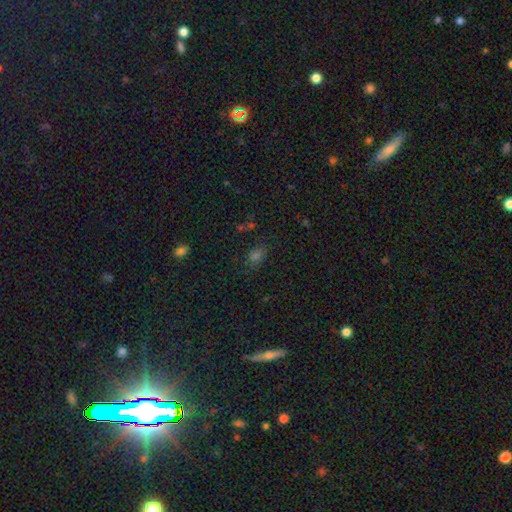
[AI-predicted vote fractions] Smooth or featured?
  - smooth: 61% *
  - star or artifact: 30%
  - featured or disk: 9%
How rounded?
  - in between: 68% *
  - round: 28%
  - cigar-shaped: 3%
Merging?
  - none: 78% *
  - minor disturbance: 15%
  - major disturbance: 5%
  - merger: 3%